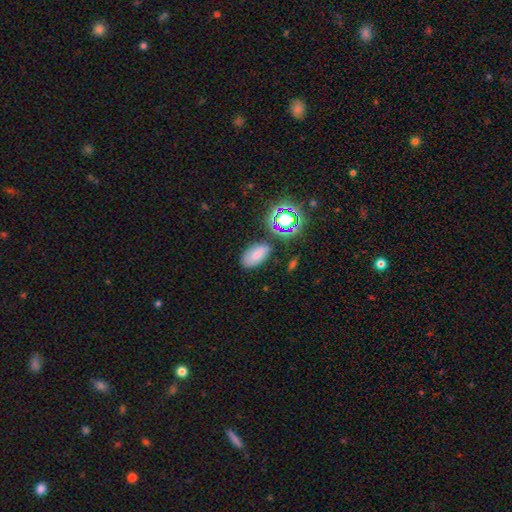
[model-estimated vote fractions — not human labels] Smooth or featured? smooth (71%)
How rounded? in between (90%)
Merging? none (76%)